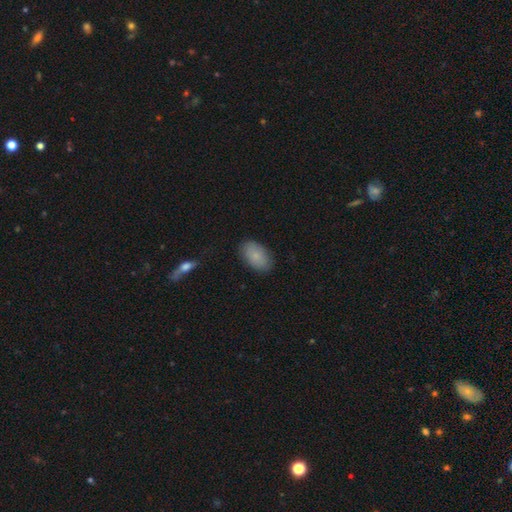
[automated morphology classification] This appears to be a smooth galaxy with no disk features (83%) that is in between round and cigar-shaped (92%). Merging: none (85%).